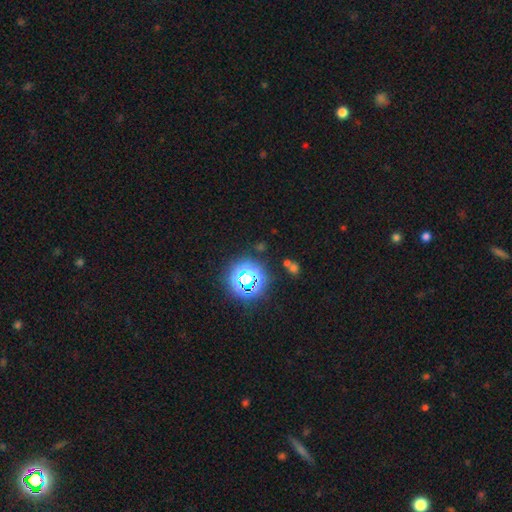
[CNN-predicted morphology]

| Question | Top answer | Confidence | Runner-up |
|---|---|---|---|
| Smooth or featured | star or artifact | 76% | smooth (18%) |